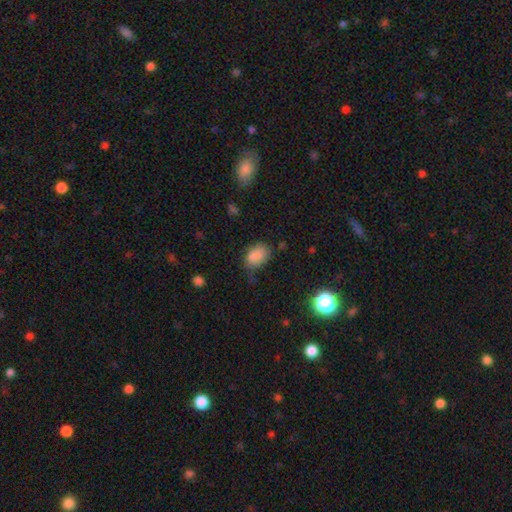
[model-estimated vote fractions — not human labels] This is clearly a smooth galaxy (83%). How rounded: likely in between (80%). Merging: possibly none (58%).